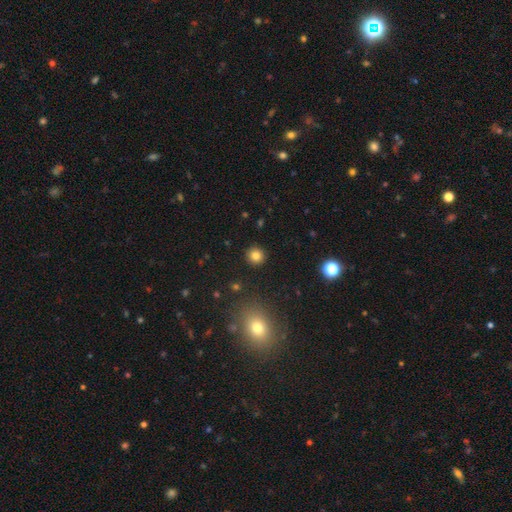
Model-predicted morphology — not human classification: The model was most divided on "smooth or featured": smooth: 82%, star or artifact: 12%, featured or disk: 6%. More confident: how rounded — round (92%); merging — none (92%).